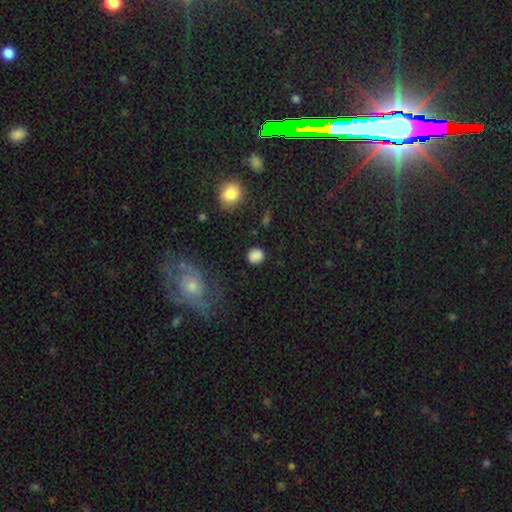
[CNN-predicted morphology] type=smooth (83%); roundness=round (78%); merging=none (84%).